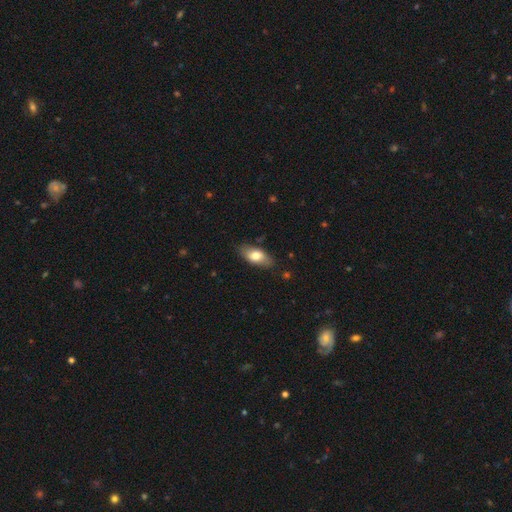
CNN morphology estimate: Overall: smooth (73%). How rounded: in between (87%). Merging: none (80%).